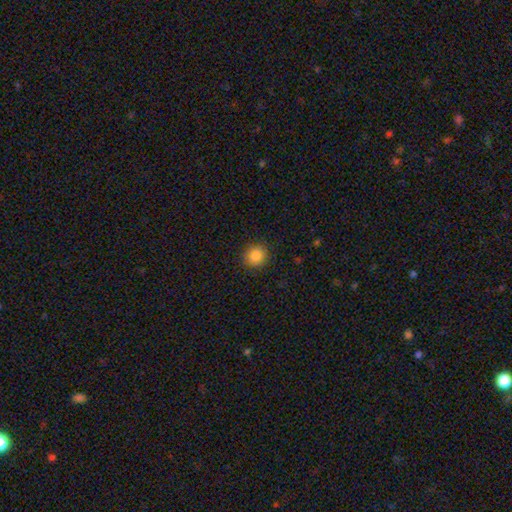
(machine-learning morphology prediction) Smooth or featured? smooth (86%)
How rounded? round (89%)
Merging? none (90%)